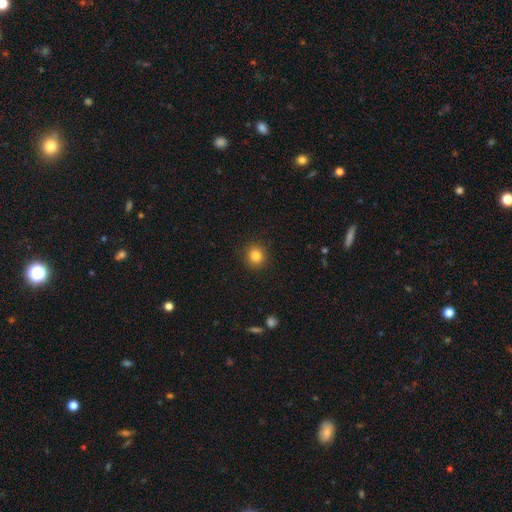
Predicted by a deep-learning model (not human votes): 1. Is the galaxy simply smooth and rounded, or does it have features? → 84% smooth, 11% star or artifact, 5% featured or disk.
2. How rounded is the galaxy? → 92% round, 7% in between, 1% cigar-shaped.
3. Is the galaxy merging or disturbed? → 91% none, 6% minor disturbance, 2% major disturbance, 1% merger.